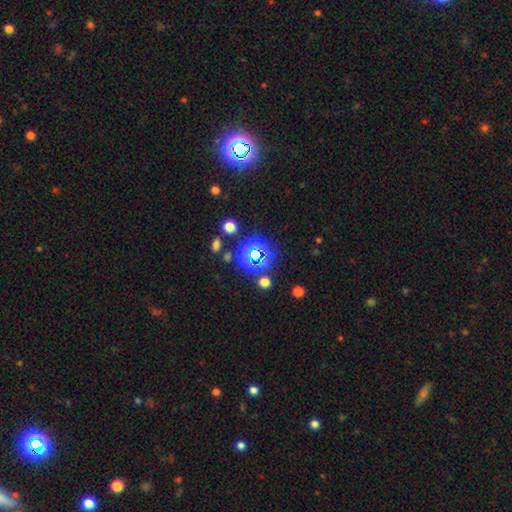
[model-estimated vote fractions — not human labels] This is likely a star or artifact rather than a galaxy (64%).